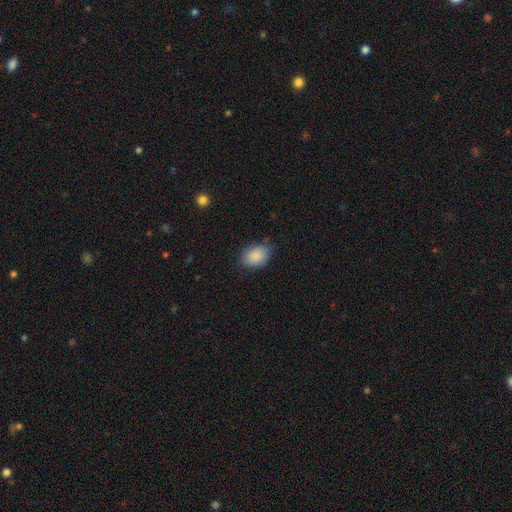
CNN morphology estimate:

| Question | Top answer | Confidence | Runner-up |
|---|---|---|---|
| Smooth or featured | smooth | 88% | star or artifact (7%) |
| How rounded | in between | 78% | round (20%) |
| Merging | none | 76% | minor disturbance (19%) |